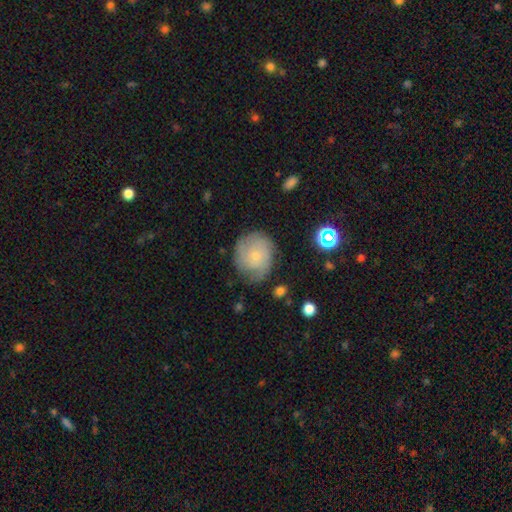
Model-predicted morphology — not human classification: Smooth or featured?
  - featured or disk: 59% *
  - smooth: 32%
  - star or artifact: 9%
Edge-on disk?
  - no: 97% *
  - yes: 3%
Bar?
  - no: 81% *
  - weak: 16%
  - strong: 2%
Spiral arms?
  - yes: 86% *
  - no: 14%
Bulge size?
  - small: 72% *
  - moderate: 24%
  - none: 2%
  - large: 1%
  - dominant: 1%
Merging?
  - none: 71% *
  - minor disturbance: 21%
  - major disturbance: 7%
  - merger: 2%